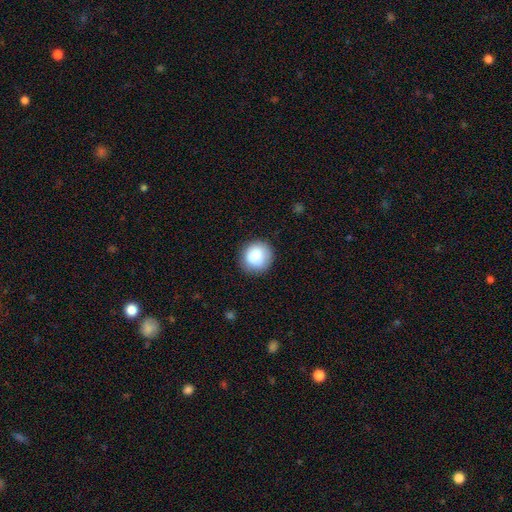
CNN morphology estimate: The model was most divided on "merging": none: 83%, minor disturbance: 12%, major disturbance: 3%, merger: 1%. More confident: how rounded — round (92%); smooth or featured — smooth (85%).